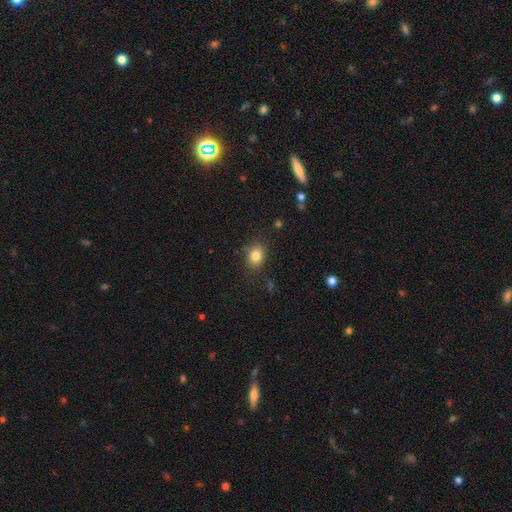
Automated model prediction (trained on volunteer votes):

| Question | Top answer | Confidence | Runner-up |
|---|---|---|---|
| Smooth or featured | smooth | 83% | star or artifact (10%) |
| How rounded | in between | 58% | round (40%) |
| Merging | none | 81% | minor disturbance (13%) |